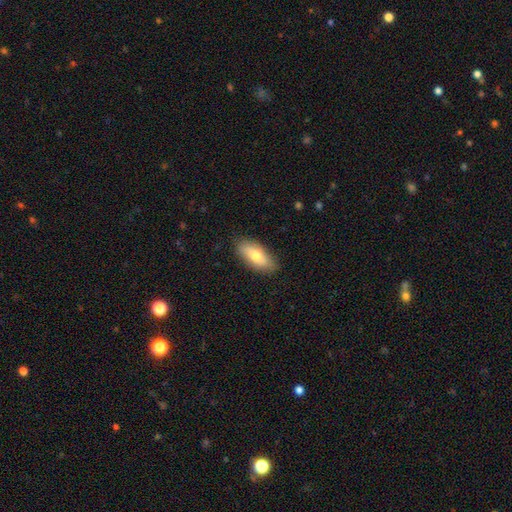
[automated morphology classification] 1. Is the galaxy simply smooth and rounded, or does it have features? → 73% smooth, 21% featured or disk, 6% star or artifact.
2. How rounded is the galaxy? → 82% in between, 15% cigar-shaped, 3% round.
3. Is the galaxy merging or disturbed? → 85% none, 12% minor disturbance, 2% major disturbance, 1% merger.